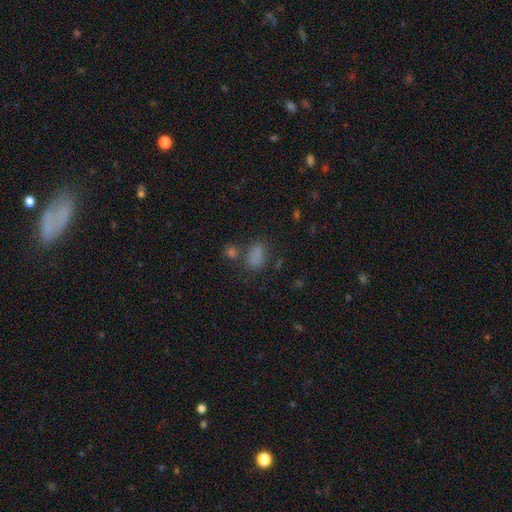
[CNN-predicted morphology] smooth_or_featured: smooth (p=0.76) [alt: star or artifact p=0.17]
how_rounded: in between (p=0.81) [alt: round p=0.16]
merging: none (p=0.58) [alt: merger p=0.18]